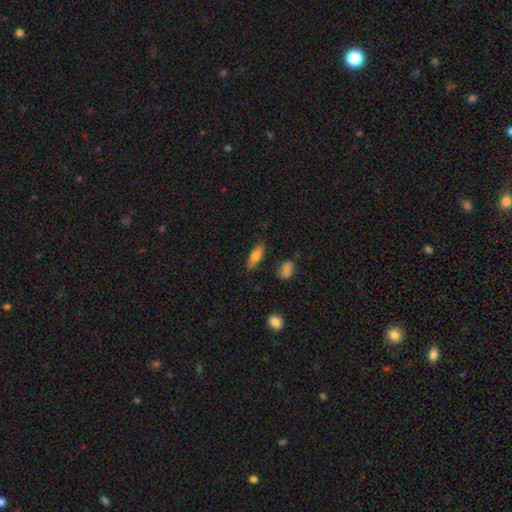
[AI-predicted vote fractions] Smooth or featured? smooth (73%)
How rounded? in between (63%)
Merging? none (82%)